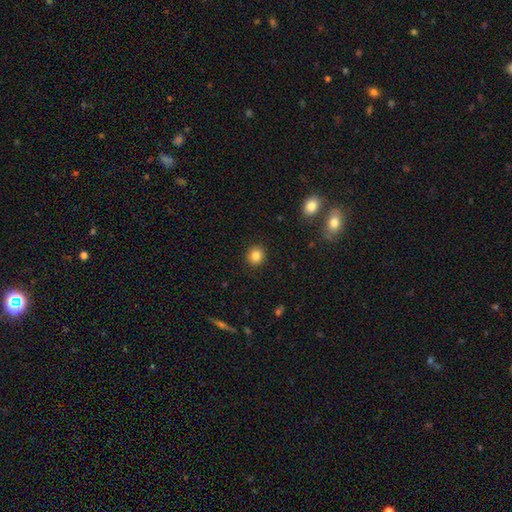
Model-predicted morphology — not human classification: Smooth or featured? Predicted: smooth (p=0.85). How rounded? Predicted: round (p=0.86). Merging? Predicted: none (p=0.91).